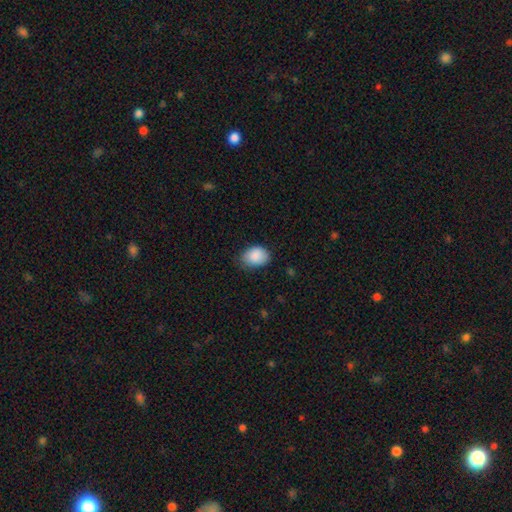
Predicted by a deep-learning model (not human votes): Overall: smooth (88%). How rounded: in between (73%). Merging: none (66%; minor disturbance 28%).